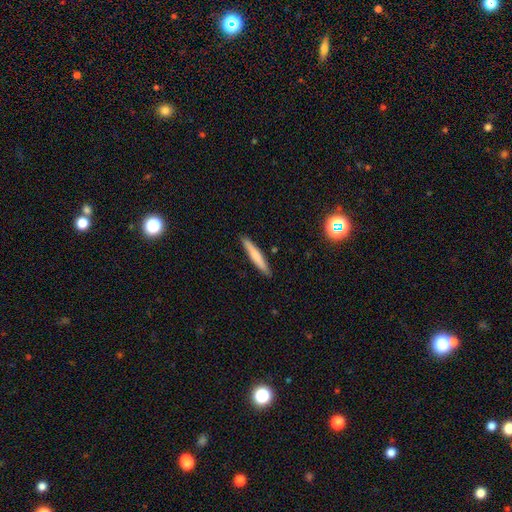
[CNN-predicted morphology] type=smooth (70%); roundness=cigar-shaped (94%); merging=none (90%).